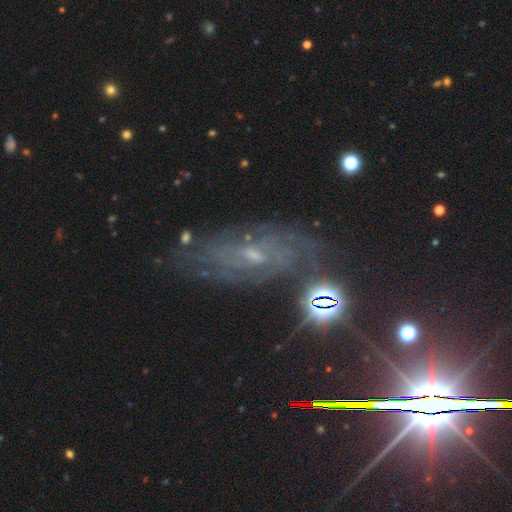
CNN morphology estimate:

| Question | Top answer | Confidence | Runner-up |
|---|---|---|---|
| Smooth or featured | featured or disk | 58% | star or artifact (29%) |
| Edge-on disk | no | 81% | yes (19%) |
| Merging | none | 74% | minor disturbance (15%) |